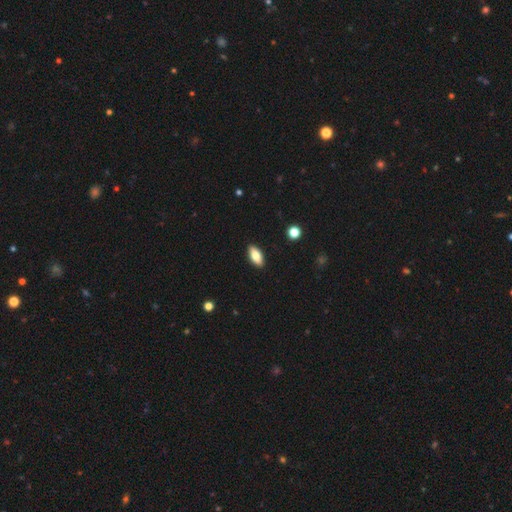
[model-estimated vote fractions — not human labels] Smooth or featured?
  - smooth: 77% *
  - featured or disk: 16%
  - star or artifact: 7%
How rounded?
  - in between: 87% *
  - cigar-shaped: 10%
  - round: 3%
Merging?
  - none: 90% *
  - minor disturbance: 7%
  - major disturbance: 2%
  - merger: 1%